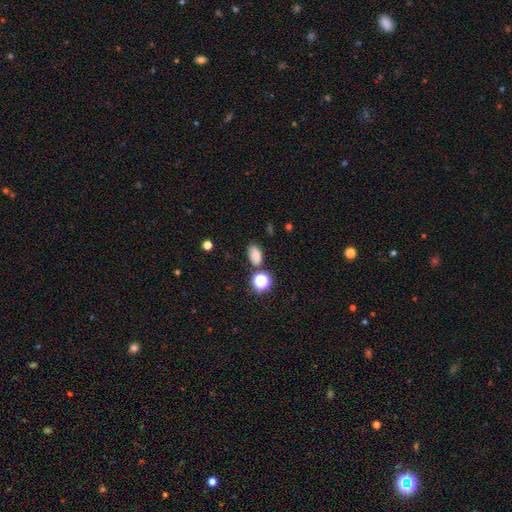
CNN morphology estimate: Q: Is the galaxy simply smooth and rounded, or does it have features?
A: smooth — 79%.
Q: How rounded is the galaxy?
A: in between — 86%.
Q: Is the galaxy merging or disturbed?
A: none — 77%.